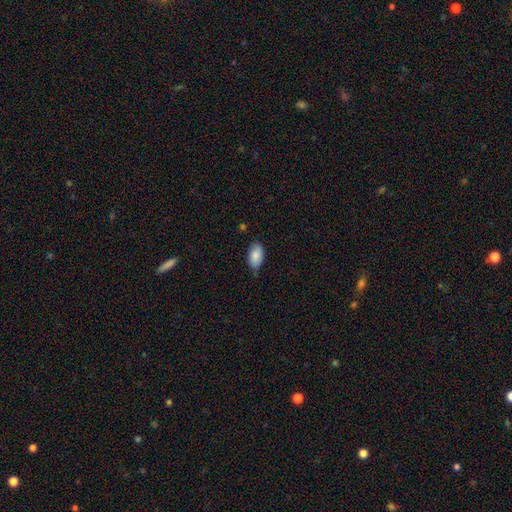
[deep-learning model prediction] Smooth or featured? smooth (87%)
How rounded? in between (94%)
Merging? none (70%)